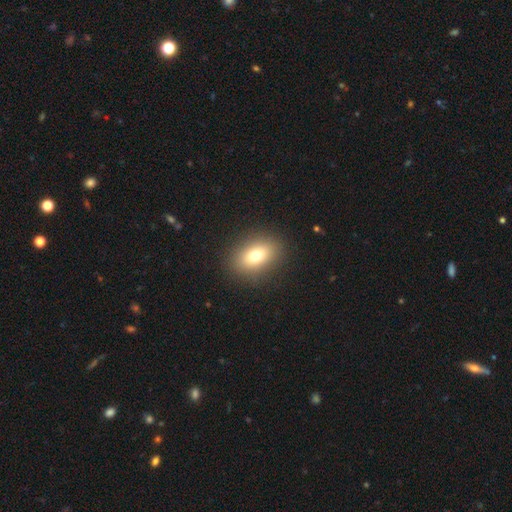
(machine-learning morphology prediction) This appears to be a smooth galaxy with no disk features (74%) that is in between round and cigar-shaped (76%). Merging: none (88%).